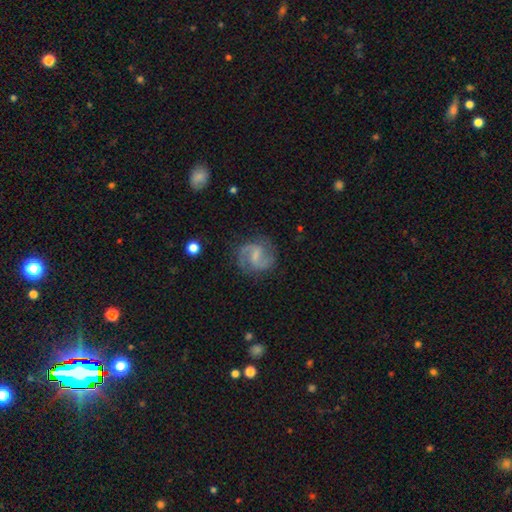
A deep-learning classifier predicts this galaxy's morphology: A featured or disk galaxy (84%) with a weak bar (55%), 2 (92%) medium (55%) spiral arms (96%) and a small central bulge (44%). Merging: none (79%).